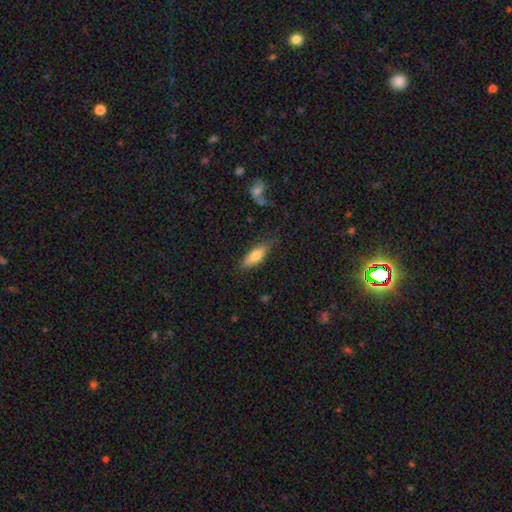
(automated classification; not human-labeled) A smooth galaxy with no disk features (70%) that is in between round and cigar-shaped (56%). Merging: none (79%).